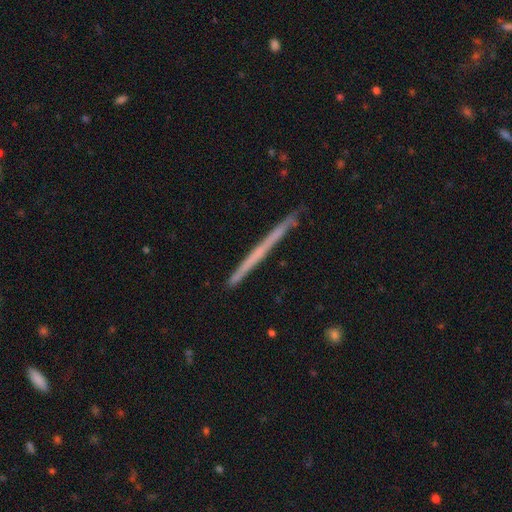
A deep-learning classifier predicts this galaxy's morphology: Smooth or featured: featured or disk — 55% (smooth — 39%)
Edge-on disk: yes — 98% (no — 2%)
Edge-on bulge: none — 90% (rounded — 7%)
Merging: none — 90% (minor disturbance — 8%)